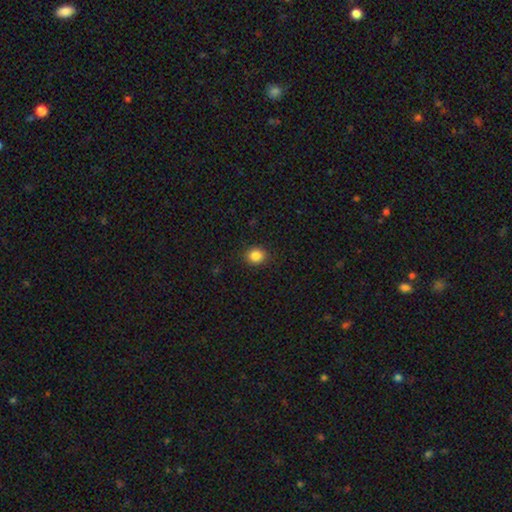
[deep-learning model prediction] Smooth or featured?
  - smooth: 85% *
  - star or artifact: 10%
  - featured or disk: 4%
How rounded?
  - round: 80% *
  - in between: 20%
  - cigar-shaped: 1%
Merging?
  - none: 90% *
  - minor disturbance: 7%
  - major disturbance: 2%
  - merger: 1%